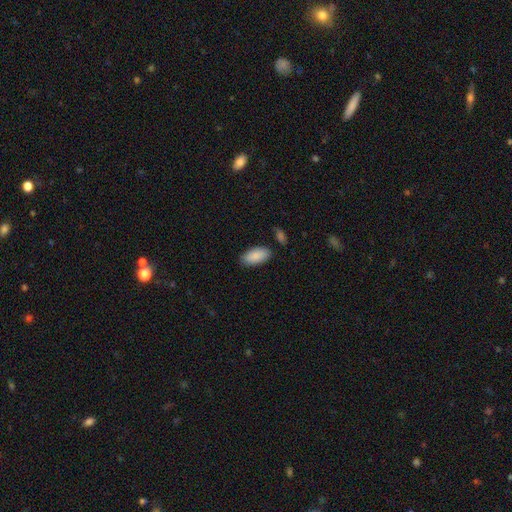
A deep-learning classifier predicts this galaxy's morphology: Smooth or featured?
  - smooth: 89% *
  - star or artifact: 6%
  - featured or disk: 5%
How rounded?
  - in between: 93% *
  - cigar-shaped: 5%
  - round: 2%
Merging?
  - none: 83% *
  - minor disturbance: 11%
  - merger: 3%
  - major disturbance: 3%